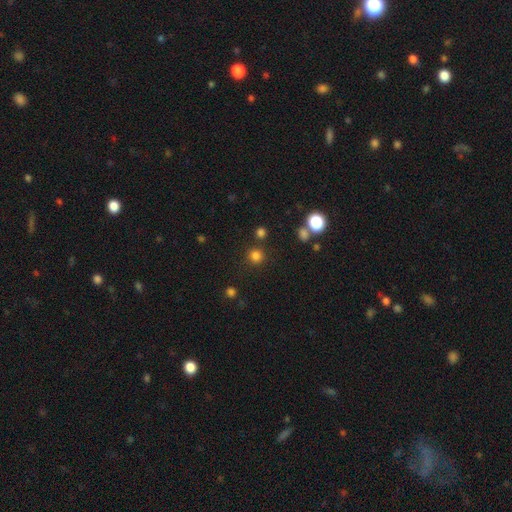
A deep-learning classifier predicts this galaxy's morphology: type=smooth (79%); roundness=round (93%); merging=none (85%).